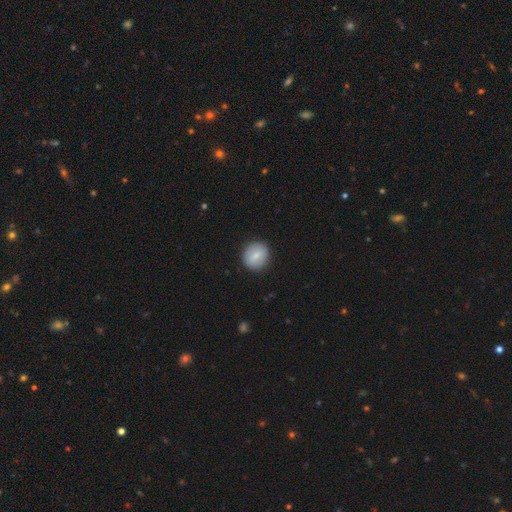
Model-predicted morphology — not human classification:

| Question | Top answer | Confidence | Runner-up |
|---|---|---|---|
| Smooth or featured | smooth | 76% | featured or disk (17%) |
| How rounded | round | 87% | in between (12%) |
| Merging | none | 89% | minor disturbance (7%) |